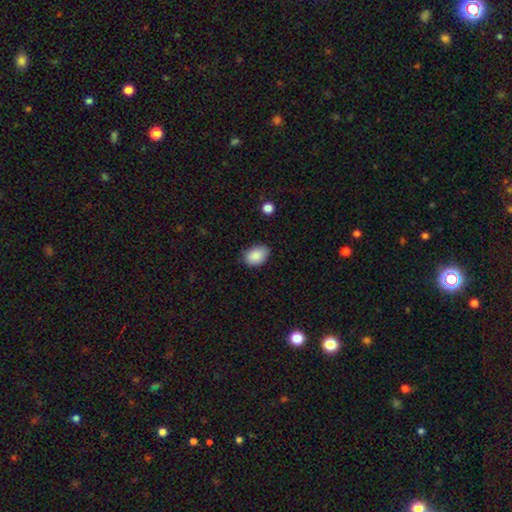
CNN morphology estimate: type=smooth (88%); roundness=in between (82%); merging=none (78%).